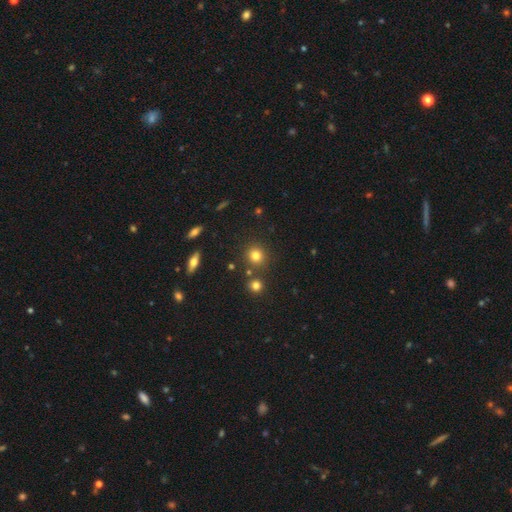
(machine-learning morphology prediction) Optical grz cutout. It shows a smooth galaxy with no disk features (78%) that is round (87%). Merging: none (81%).